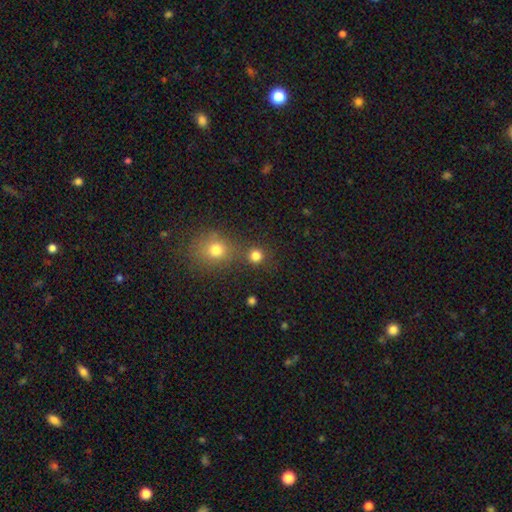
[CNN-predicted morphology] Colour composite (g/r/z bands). It shows a smooth galaxy with no disk features (80%) that is round (91%). Merging: none (70%).